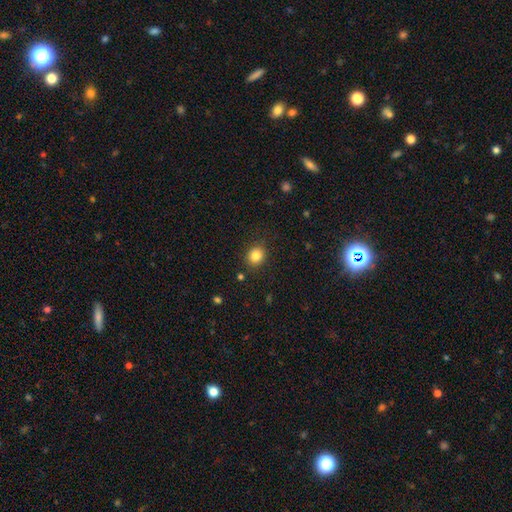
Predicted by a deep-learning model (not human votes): A smooth galaxy with no disk features (84%) that is round (74%). Merging: none (87%).